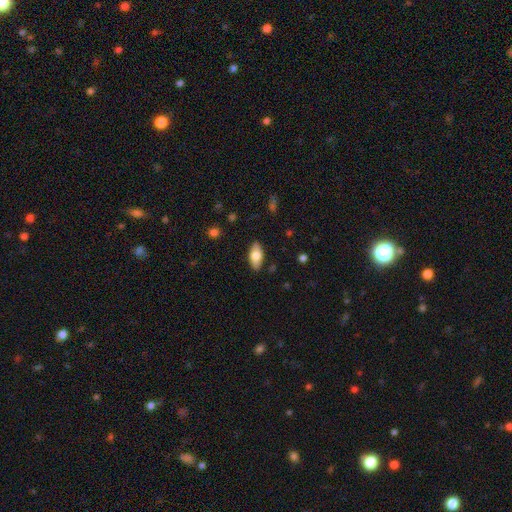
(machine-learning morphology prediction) smooth-or-featured: smooth: 73% | featured or disk: 21% | star or artifact: 6%
  how-rounded: in between: 88% | cigar-shaped: 9% | round: 3%
  merging: none: 87% | minor disturbance: 10% | major disturbance: 2% | merger: 1%